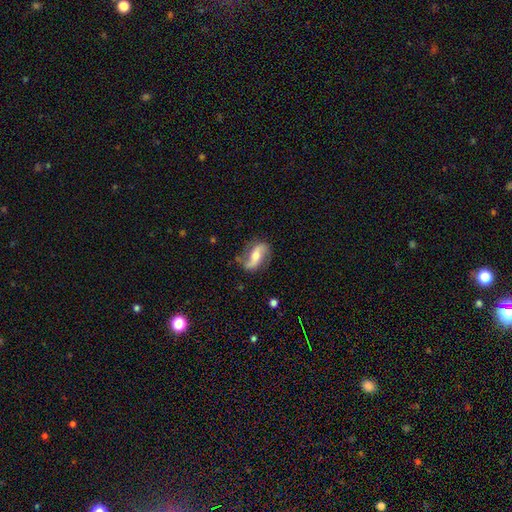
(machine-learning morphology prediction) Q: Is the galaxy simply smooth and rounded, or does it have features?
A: featured or disk — 78%.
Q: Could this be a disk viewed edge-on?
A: no — 94%.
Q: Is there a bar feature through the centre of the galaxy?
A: no — 38%.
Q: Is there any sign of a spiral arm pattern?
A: yes — 93%.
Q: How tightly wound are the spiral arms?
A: loose — 65%.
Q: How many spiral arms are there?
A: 2 — 90%.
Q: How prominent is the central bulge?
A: moderate — 62%.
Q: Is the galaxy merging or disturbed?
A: none — 75%.